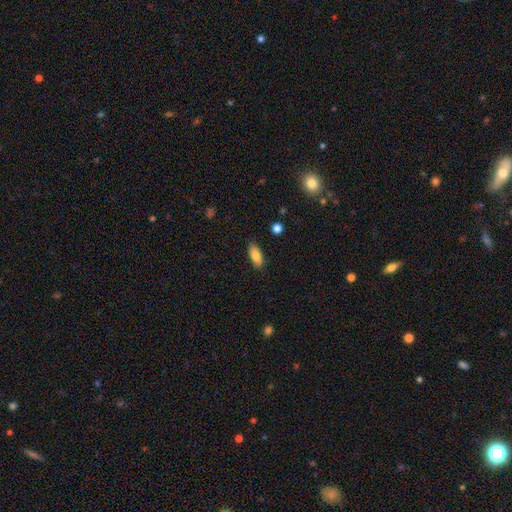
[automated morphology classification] The model was most divided on "how rounded": in between: 83%, cigar-shaped: 15%, round: 2%. More confident: merging — none (87%); smooth or featured — smooth (82%).